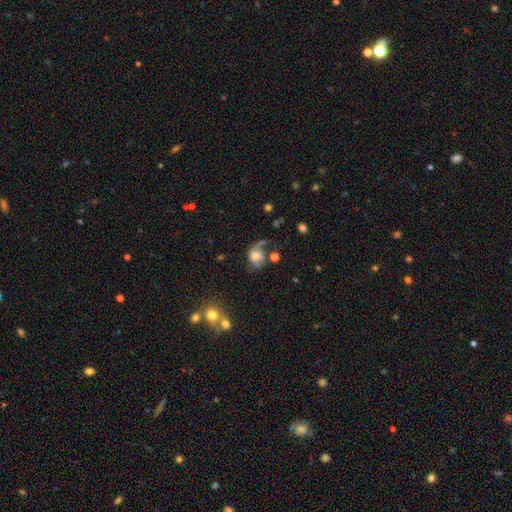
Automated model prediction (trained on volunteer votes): featured or disk 55%, smooth 34%, star or artifact 10%. Down the decision tree: edge-on disk — no (97%); bar — no (62%); spiral arms — yes (86%); bulge size — moderate (43%); merging — none (36%).